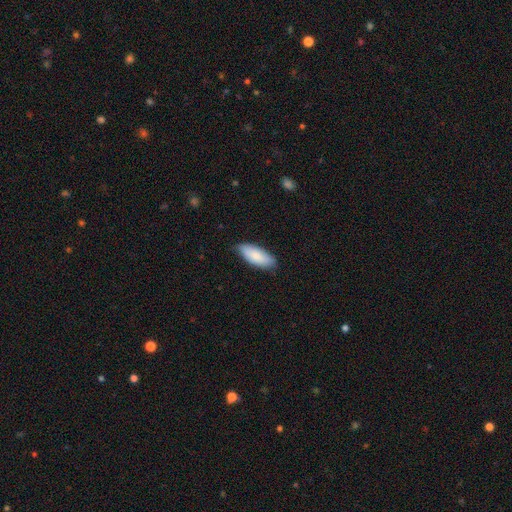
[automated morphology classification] Overall: smooth (85%). How rounded: in between (81%). Merging: none (77%).